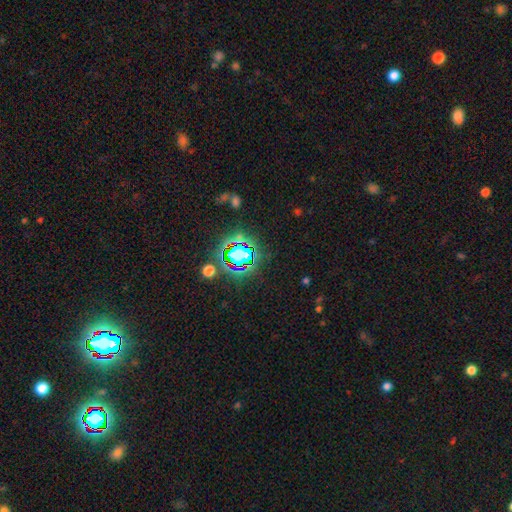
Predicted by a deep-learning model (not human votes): Overall: star or artifact (81%).